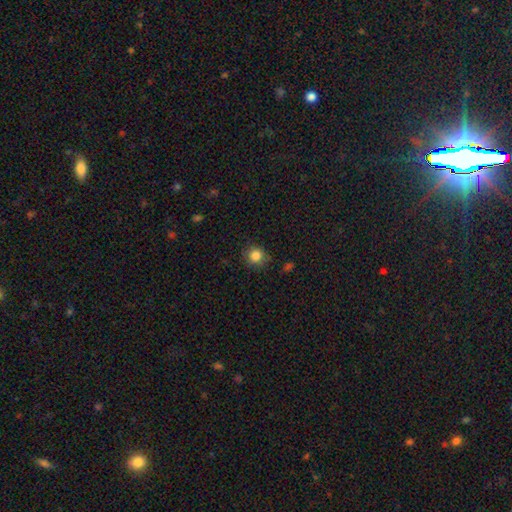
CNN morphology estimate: smooth-or-featured: smooth: 84% | star or artifact: 11% | featured or disk: 5%
  how-rounded: round: 88% | in between: 11% | cigar-shaped: 1%
  merging: none: 82% | minor disturbance: 13% | major disturbance: 3% | merger: 1%